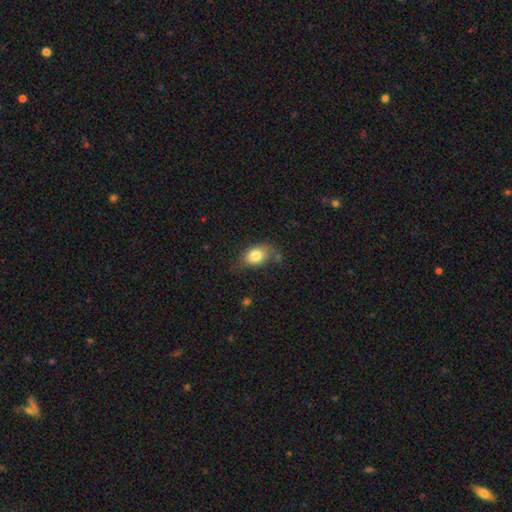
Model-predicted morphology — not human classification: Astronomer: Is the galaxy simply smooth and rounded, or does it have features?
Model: smooth — 80%.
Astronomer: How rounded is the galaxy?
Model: in between — 76%.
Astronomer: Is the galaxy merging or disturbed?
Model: none — 61%.